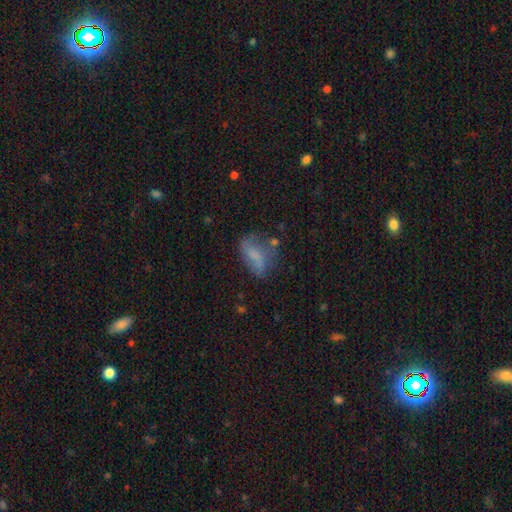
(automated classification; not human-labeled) Smooth or featured: smooth — 55% (featured or disk — 35%)
How rounded: in between — 79% (cigar-shaped — 13%)
Merging: none — 44% (minor disturbance — 29%)